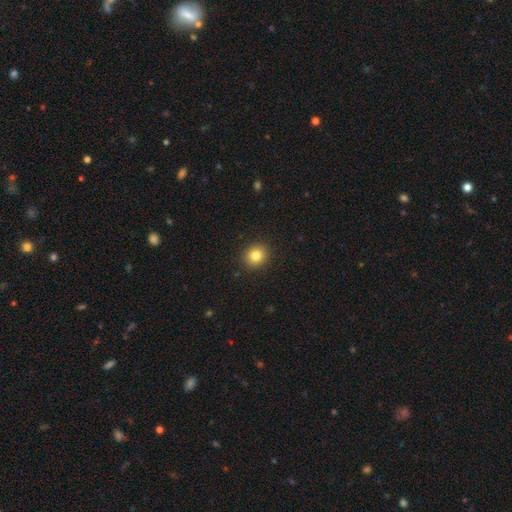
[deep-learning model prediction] Q: Smooth or featured?
A: smooth (82%); runner-up: star or artifact (11%)
Q: How rounded?
A: round (87%); runner-up: in between (12%)
Q: Merging?
A: none (92%); runner-up: minor disturbance (6%)